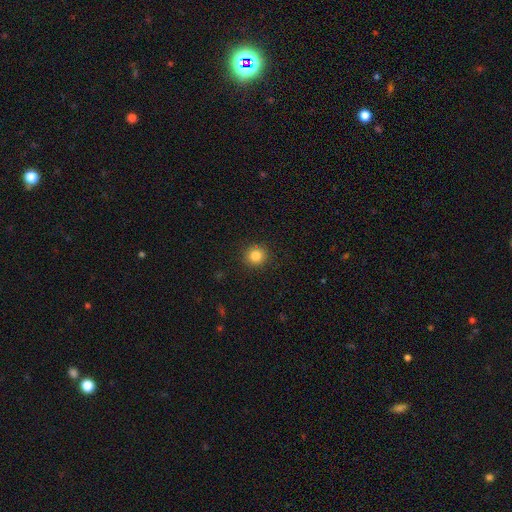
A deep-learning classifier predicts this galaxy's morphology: smooth_or_featured: smooth (p=0.83) [alt: star or artifact p=0.11]
how_rounded: round (p=0.92) [alt: in between p=0.07]
merging: none (p=0.91) [alt: minor disturbance p=0.06]